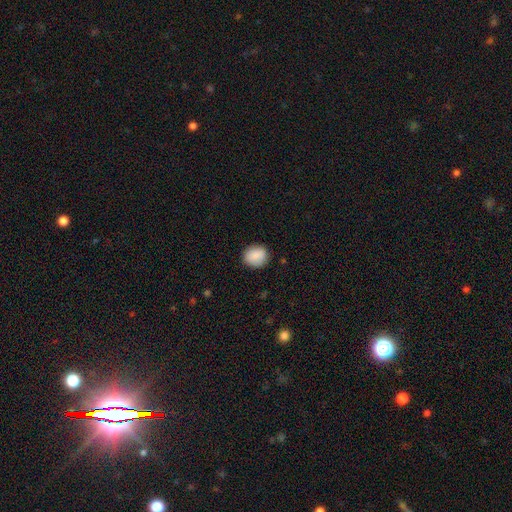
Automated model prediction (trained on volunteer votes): Smooth or featured? smooth (88%)
How rounded? round (66%)
Merging? none (87%)